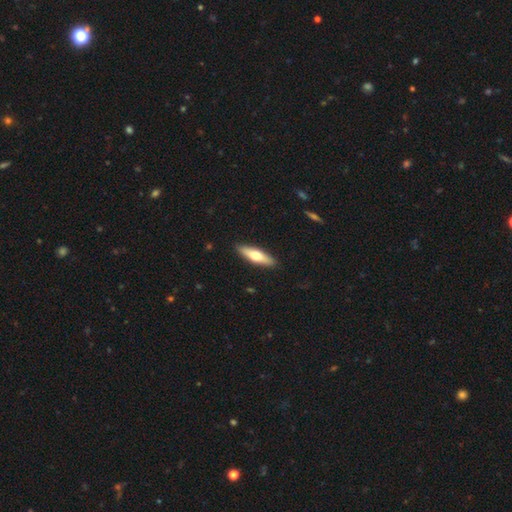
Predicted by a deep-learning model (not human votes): Smooth or featured? Predicted: smooth (p=0.54). How rounded? Predicted: cigar-shaped (p=0.65). Merging? Predicted: none (p=0.90).